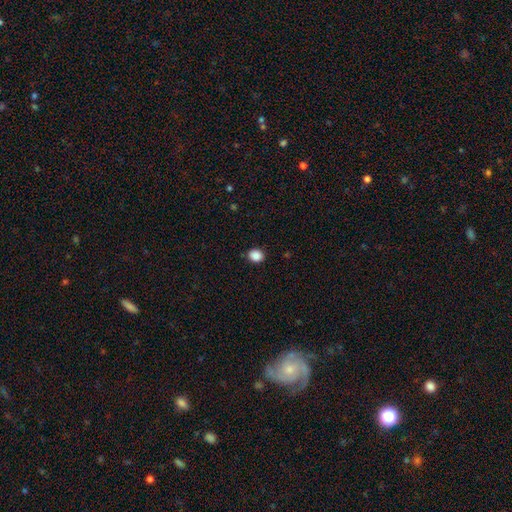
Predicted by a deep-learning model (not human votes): This appears to be a smooth galaxy with no disk features (88%) that is round (59%). Merging: none (88%).